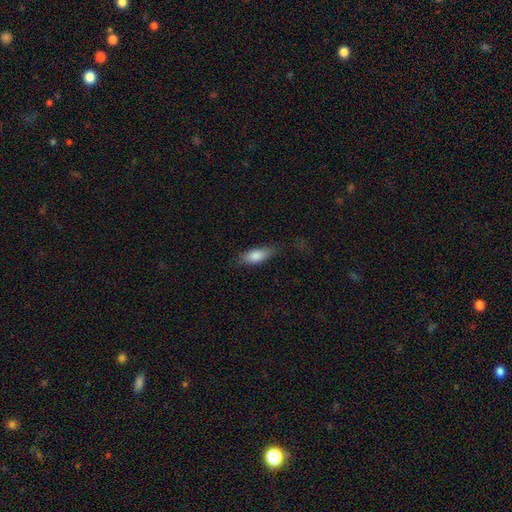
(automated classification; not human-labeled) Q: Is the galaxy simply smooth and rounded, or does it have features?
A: smooth — 83%.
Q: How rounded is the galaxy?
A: in between — 77%.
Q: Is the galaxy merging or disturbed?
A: none — 74%.